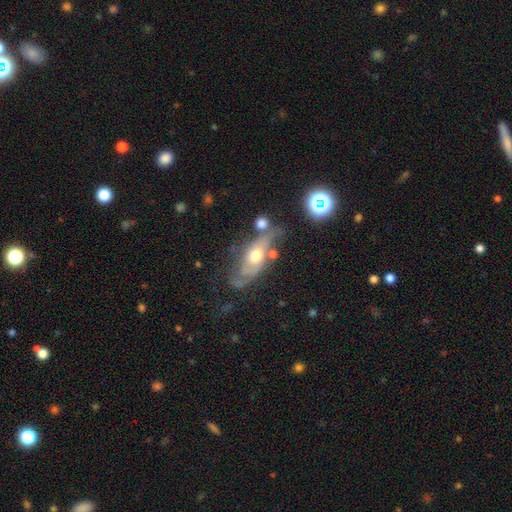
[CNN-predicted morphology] Overall: featured or disk (63%; smooth 28%). Edge-on disk: no (78%). Merging: none (43%; minor disturbance 25%).